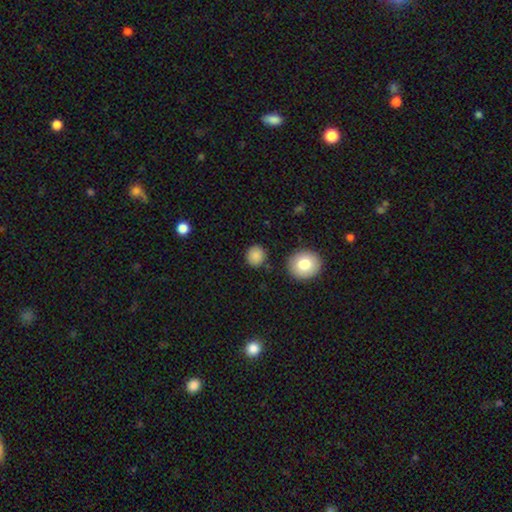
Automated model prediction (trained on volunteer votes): Overall: smooth (86%). How rounded: round (87%). Merging: none (85%).